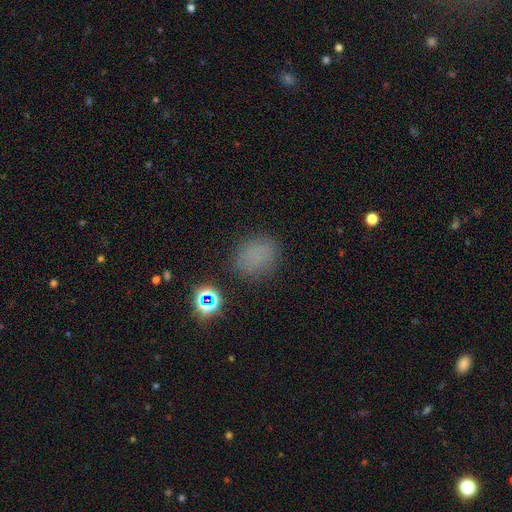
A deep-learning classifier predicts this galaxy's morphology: Q: Smooth or featured?
A: smooth (71%); runner-up: star or artifact (22%)
Q: How rounded?
A: round (63%); runner-up: in between (36%)
Q: Merging?
A: none (81%); runner-up: minor disturbance (13%)